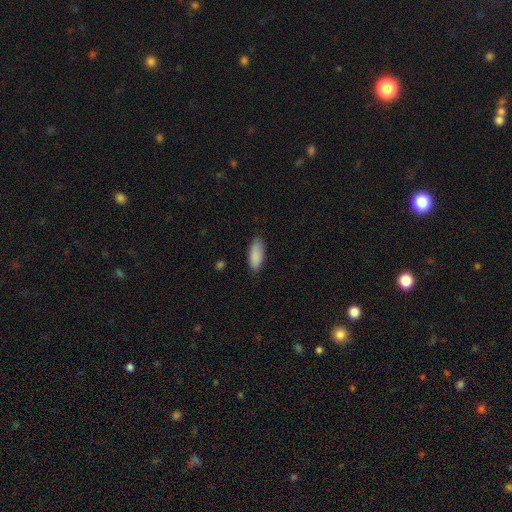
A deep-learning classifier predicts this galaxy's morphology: type=smooth (90%); roundness=in between (81%); merging=none (83%).